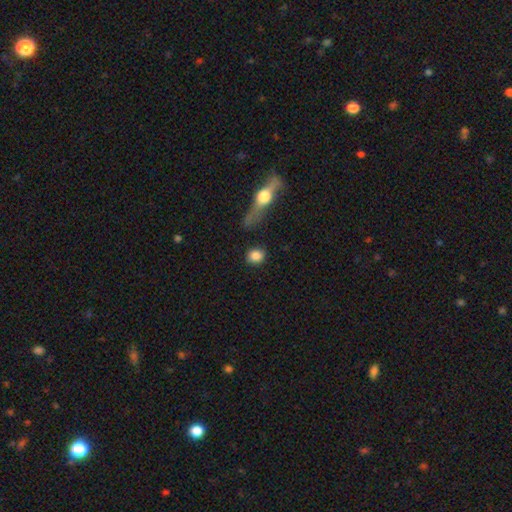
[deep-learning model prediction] smooth 84%, star or artifact 8%, featured or disk 8%. Down the decision tree: how rounded — round (70%); merging — none (79%).